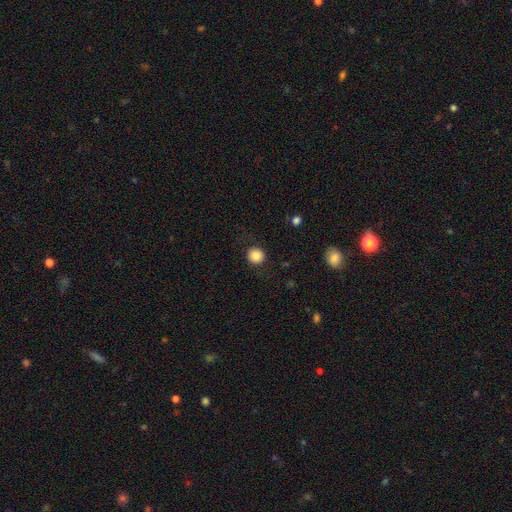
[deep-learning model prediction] Smooth or featured? Predicted: smooth (p=0.84). How rounded? Predicted: round (p=0.92). Merging? Predicted: none (p=0.88).